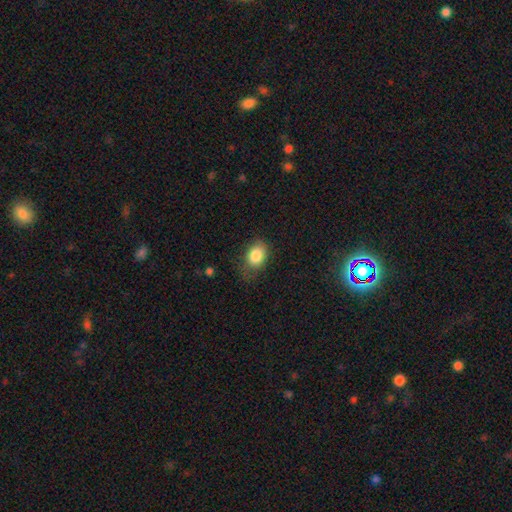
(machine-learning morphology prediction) Overall: smooth (85%). How rounded: in between (73%). Merging: none (61%; minor disturbance 28%).